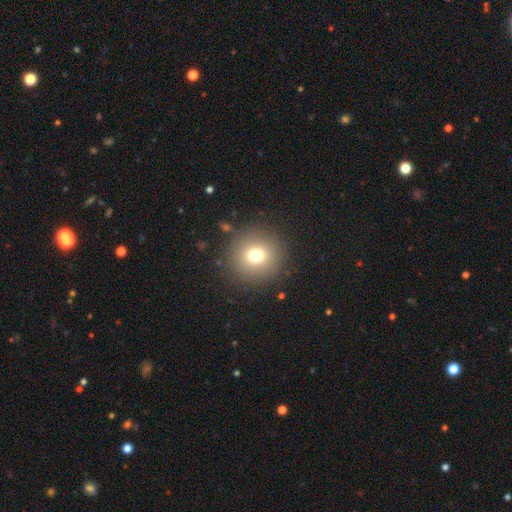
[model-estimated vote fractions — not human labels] Smooth or featured? Predicted: smooth (p=0.74). How rounded? Predicted: round (p=0.94). Merging? Predicted: none (p=0.89).